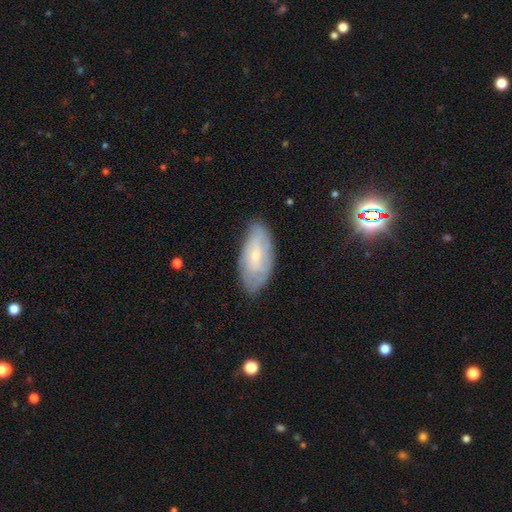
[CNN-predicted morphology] This appears to be a featured or disk galaxy (48%). Merging: none (75%).